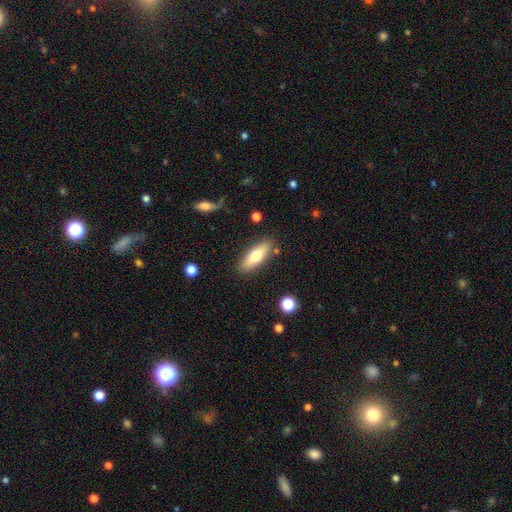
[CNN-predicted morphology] smooth 65%, featured or disk 29%, star or artifact 6%. Down the decision tree: how rounded — in between (58%); merging — none (84%).